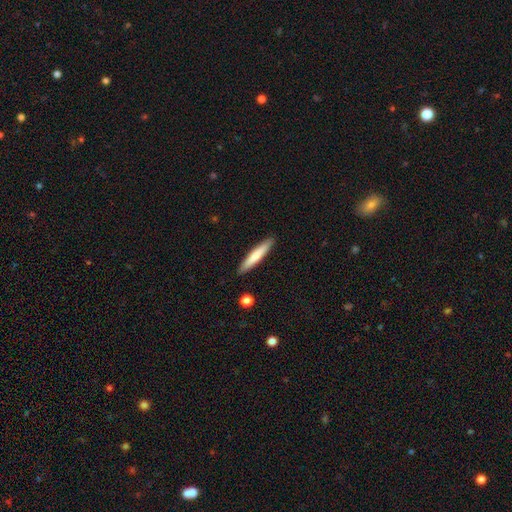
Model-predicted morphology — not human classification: Smooth or featured?
  - smooth: 70% *
  - featured or disk: 25%
  - star or artifact: 5%
How rounded?
  - cigar-shaped: 92% *
  - in between: 7%
  - round: 1%
Merging?
  - none: 90% *
  - minor disturbance: 7%
  - major disturbance: 1%
  - merger: 1%